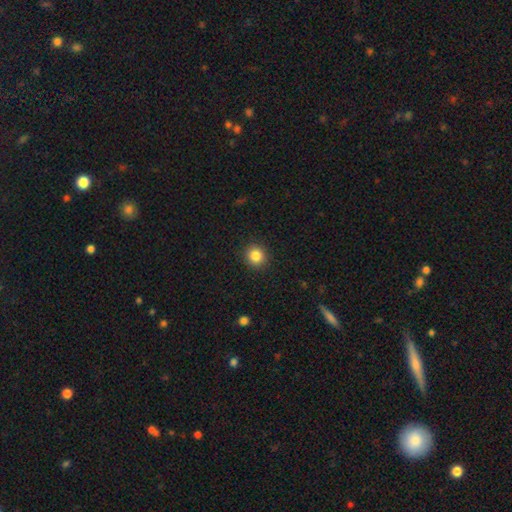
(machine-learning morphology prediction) Overall: smooth (84%). How rounded: round (90%). Merging: none (92%).